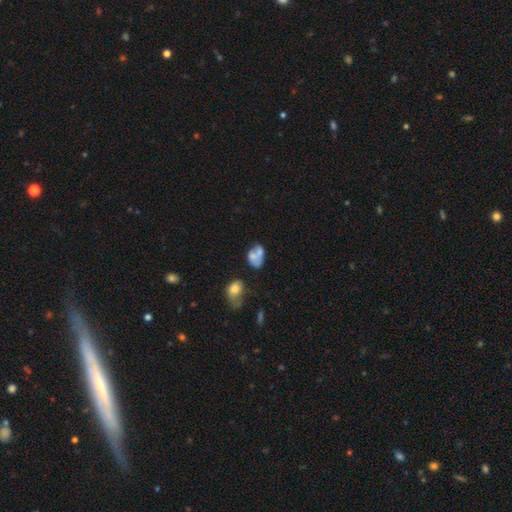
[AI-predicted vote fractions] Overall: smooth (58%; featured or disk 31%). How rounded: in between (74%). Merging: merger (50%; none 22%).